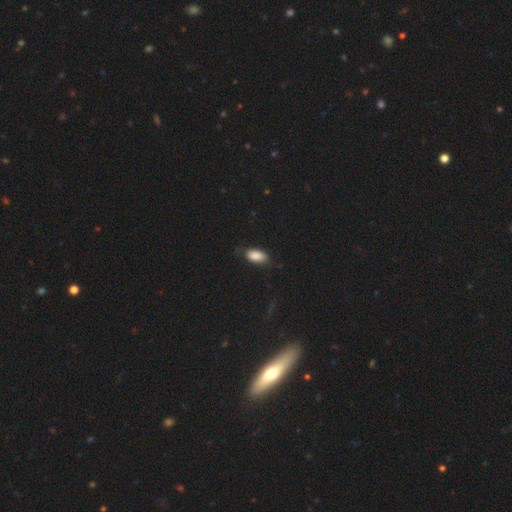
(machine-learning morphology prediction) Smooth or featured? smooth (86%)
How rounded? in between (91%)
Merging? none (70%)